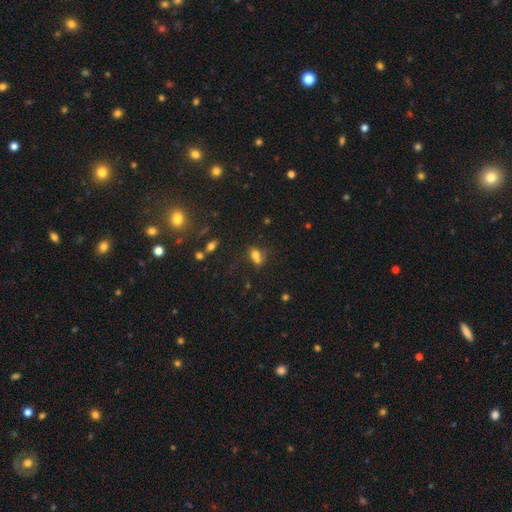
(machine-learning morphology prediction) This is likely a smooth galaxy (64%). How rounded: likely in between (64%). Merging: marginally merger (40%).